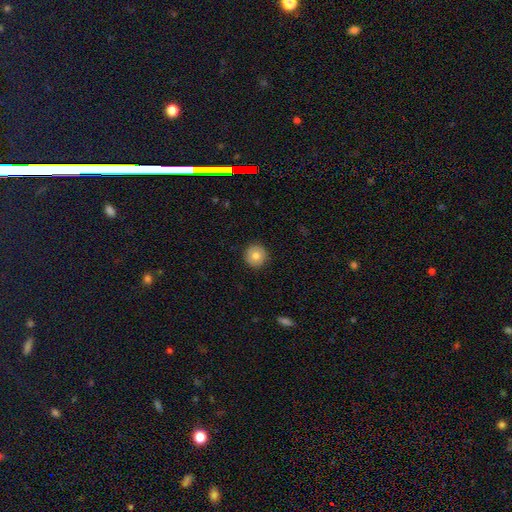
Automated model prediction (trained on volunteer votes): smooth 79%, featured or disk 13%, star or artifact 8%. Down the decision tree: how rounded — round (95%); merging — none (91%).